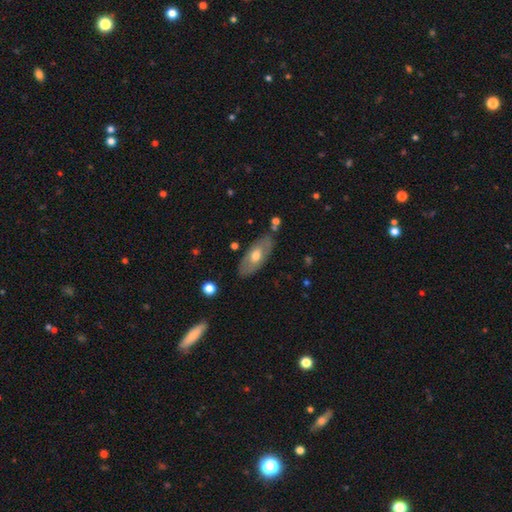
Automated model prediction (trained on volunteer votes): This is possibly a smooth galaxy (50%). How rounded: clearly in between (84%). Merging: likely none (79%).